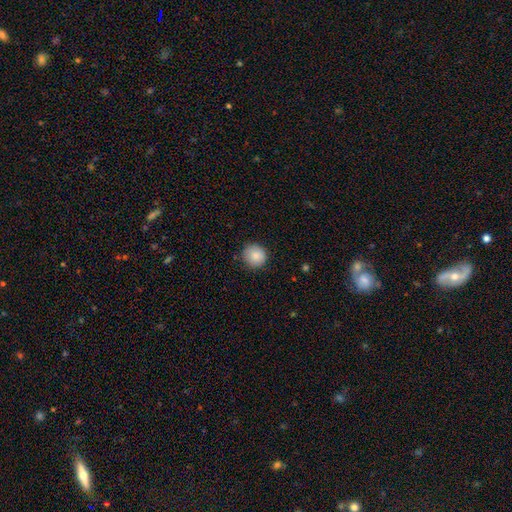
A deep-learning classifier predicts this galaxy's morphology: This is clearly a smooth galaxy (86%). How rounded: clearly round (92%). Merging: clearly none (87%).